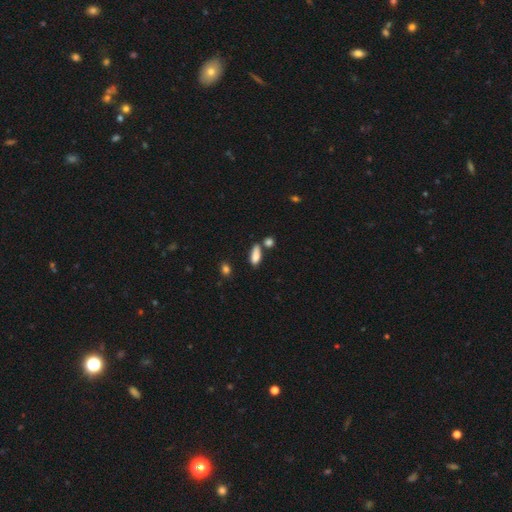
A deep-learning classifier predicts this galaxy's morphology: smooth-or-featured: smooth: 83% | featured or disk: 9% | star or artifact: 8%
  how-rounded: in between: 67% | cigar-shaped: 29% | round: 4%
  merging: none: 56% | minor disturbance: 20% | merger: 18% | major disturbance: 6%